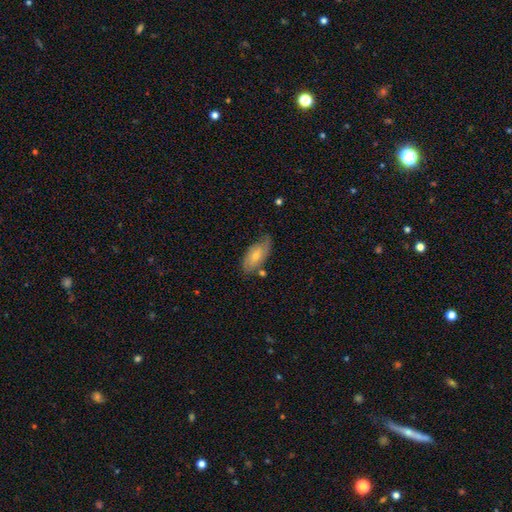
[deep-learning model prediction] Smooth or featured? featured or disk (49%)
Merging? none (61%)